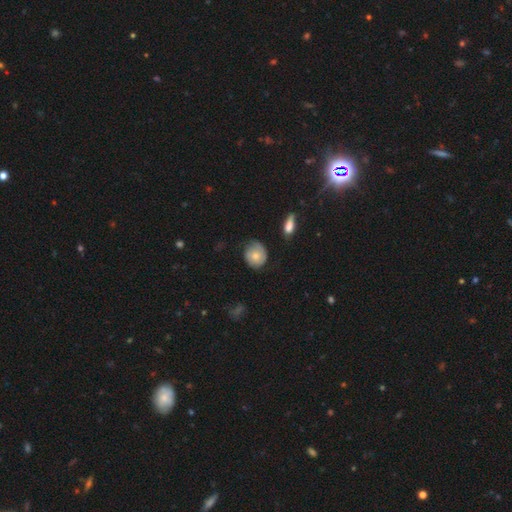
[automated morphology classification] This appears to be a smooth galaxy with no disk features (66%) that is round (77%). Merging: none (55%).